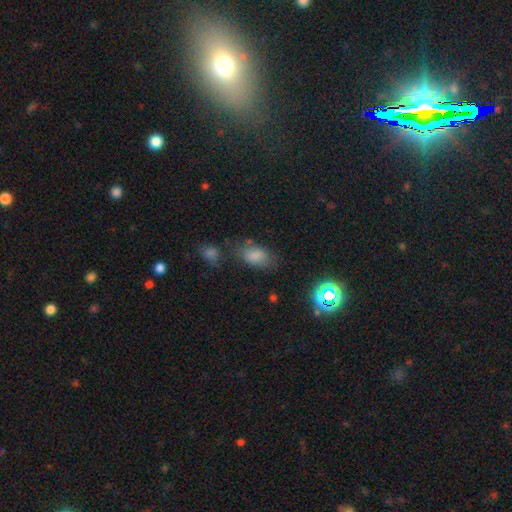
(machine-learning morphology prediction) smooth 75%, star or artifact 17%, featured or disk 9%. Down the decision tree: how rounded — in between (87%); merging — none (64%).